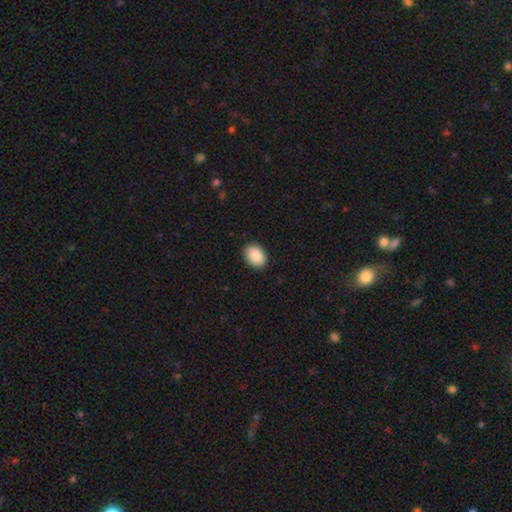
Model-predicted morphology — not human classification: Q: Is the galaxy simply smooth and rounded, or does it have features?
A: smooth — 90%.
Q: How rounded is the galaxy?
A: in between — 77%.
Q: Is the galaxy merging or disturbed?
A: none — 88%.